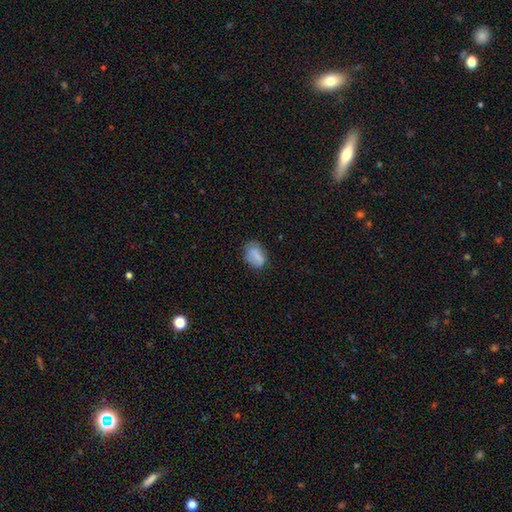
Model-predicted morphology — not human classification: Q: Smooth or featured?
A: smooth (81%); runner-up: featured or disk (11%)
Q: How rounded?
A: in between (77%); runner-up: round (21%)
Q: Merging?
A: none (69%); runner-up: minor disturbance (23%)